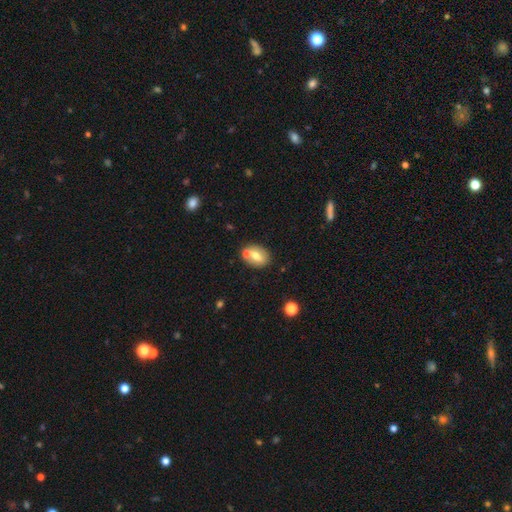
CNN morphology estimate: smooth_or_featured: smooth (p=0.63) [alt: featured or disk p=0.28]
how_rounded: in between (p=0.71) [alt: round p=0.27]
merging: none (p=0.65) [alt: merger p=0.20]